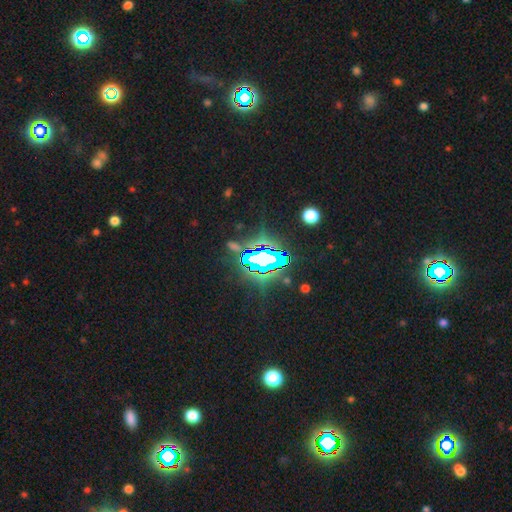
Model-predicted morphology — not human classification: This is likely a star or artifact rather than a galaxy (76%).